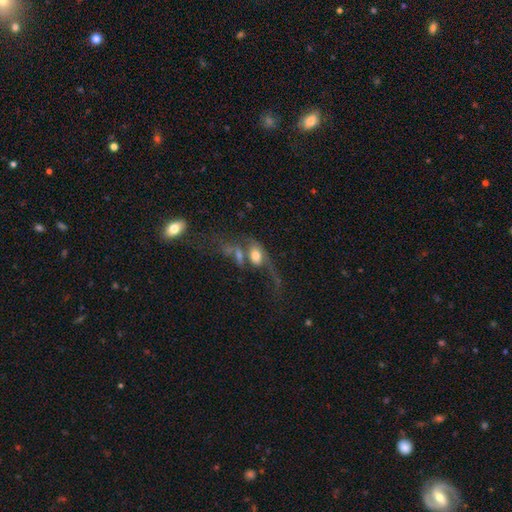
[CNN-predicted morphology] A smooth galaxy with no disk features (54%) that is in between round and cigar-shaped (76%).

Vote fractions:
- Smooth or featured? smooth: 54% / featured or disk: 35% / star or artifact: 11%
- How rounded? in between: 76% / round: 18% / cigar-shaped: 5%
- Merging? merger: 40% / major disturbance: 31% / none: 18% / minor disturbance: 11%